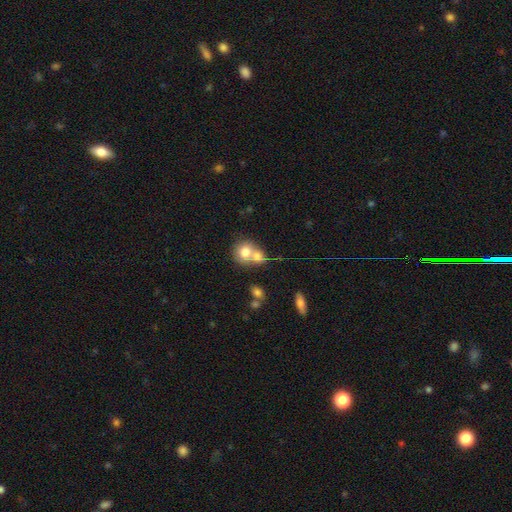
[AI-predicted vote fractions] Overall: smooth (72%). How rounded: round (75%). Merging: merger (61%; none 29%).